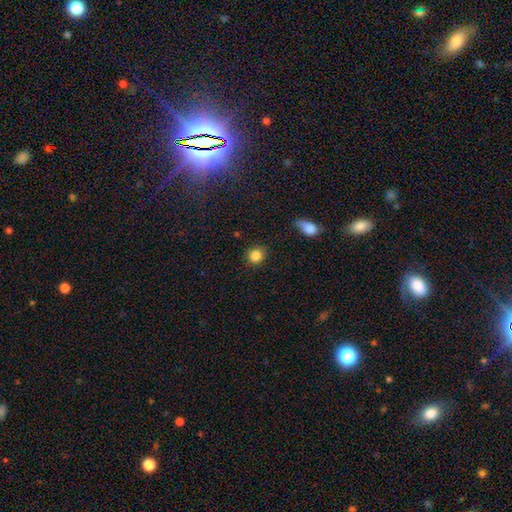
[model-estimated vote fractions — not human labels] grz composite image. It shows a smooth galaxy with no disk features (85%) that is round (82%). Merging: none (85%).